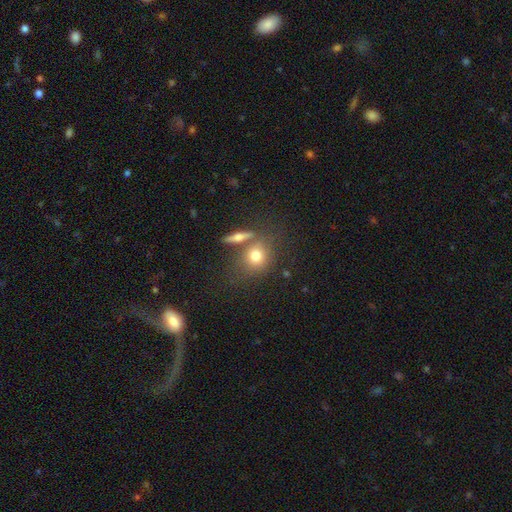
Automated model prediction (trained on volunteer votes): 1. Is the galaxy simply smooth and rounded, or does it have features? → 74% smooth, 16% featured or disk, 10% star or artifact.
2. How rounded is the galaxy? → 70% round, 27% in between, 3% cigar-shaped.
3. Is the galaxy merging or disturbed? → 58% none, 24% merger, 12% minor disturbance, 6% major disturbance.